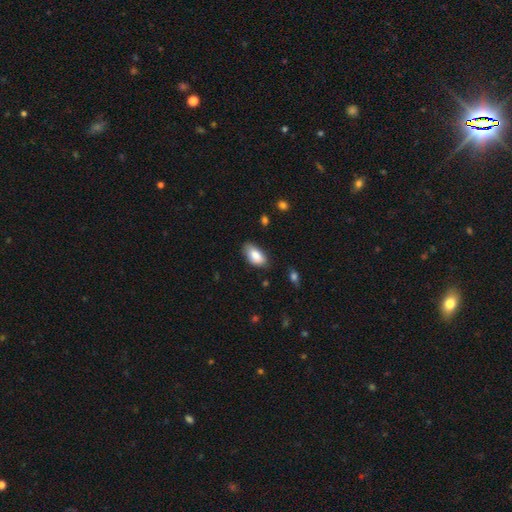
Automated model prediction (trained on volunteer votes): Q: Smooth or featured?
A: smooth (85%); runner-up: featured or disk (9%)
Q: How rounded?
A: in between (94%); runner-up: cigar-shaped (3%)
Q: Merging?
A: none (75%); runner-up: minor disturbance (20%)